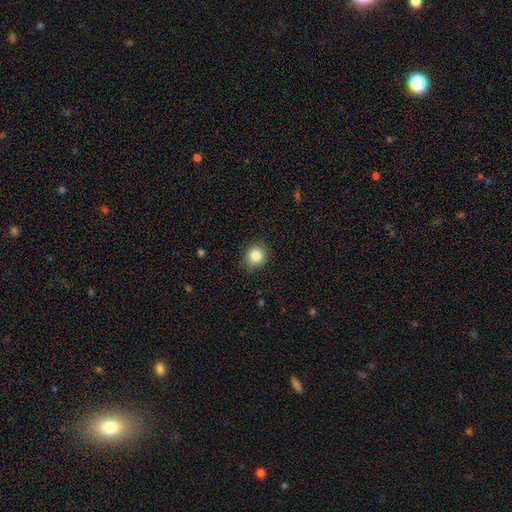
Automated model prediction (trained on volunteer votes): This is clearly a smooth galaxy (84%). How rounded: clearly round (81%). Merging: clearly none (86%).